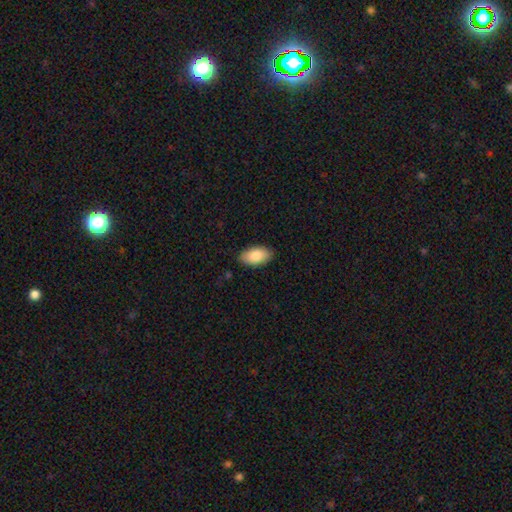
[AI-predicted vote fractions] Smooth or featured? smooth (86%)
How rounded? in between (95%)
Merging? none (88%)